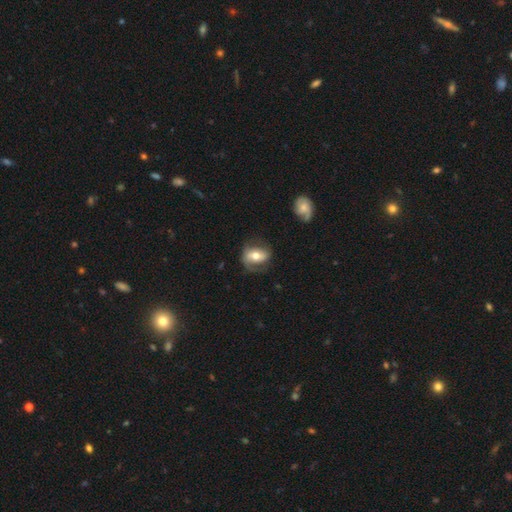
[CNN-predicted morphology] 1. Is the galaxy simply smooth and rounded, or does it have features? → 50% featured or disk, 43% smooth, 7% star or artifact.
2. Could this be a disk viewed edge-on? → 92% no, 8% yes.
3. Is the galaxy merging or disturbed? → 59% none, 24% minor disturbance, 15% major disturbance, 2% merger.